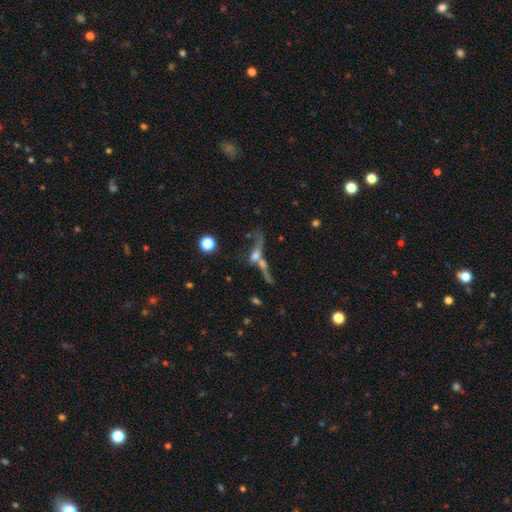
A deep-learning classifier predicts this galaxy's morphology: Smooth or featured?
  - featured or disk: 47% *
  - smooth: 38%
  - star or artifact: 16%
Merging?
  - merger: 50% *
  - none: 24%
  - major disturbance: 17%
  - minor disturbance: 10%